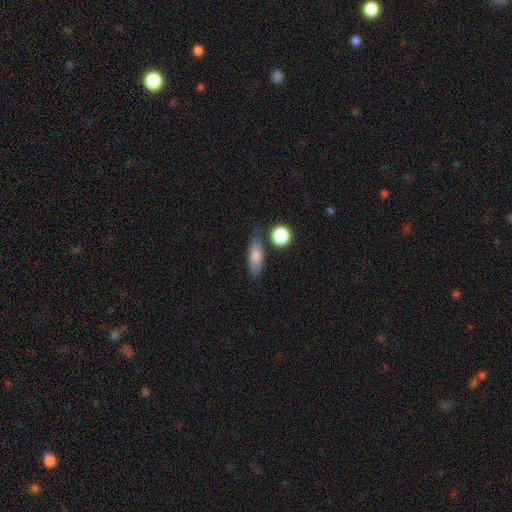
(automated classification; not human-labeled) This appears to be a smooth galaxy with no disk features (78%) that is in between round and cigar-shaped (53%). Merging: none (68%).